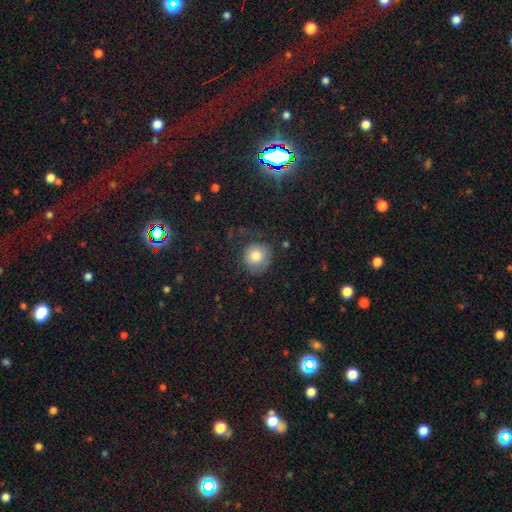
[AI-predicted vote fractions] Smooth or featured: smooth — 79% (featured or disk — 12%)
How rounded: round — 88% (in between — 11%)
Merging: none — 63% (minor disturbance — 21%)